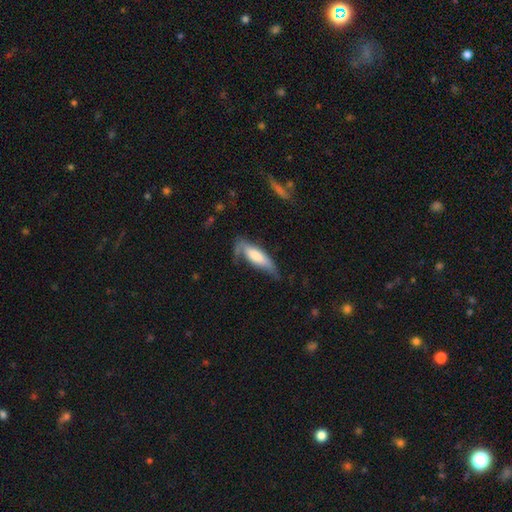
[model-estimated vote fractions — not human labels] Smooth or featured: smooth — 58% (featured or disk — 36%)
How rounded: in between — 54% (cigar-shaped — 44%)
Merging: none — 38% (minor disturbance — 34%)